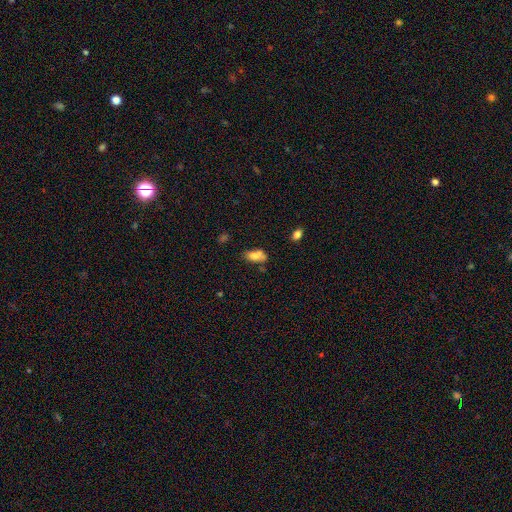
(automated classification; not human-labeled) Smooth or featured: smooth — 75% (featured or disk — 16%)
How rounded: in between — 87% (cigar-shaped — 8%)
Merging: none — 45% (minor disturbance — 25%)